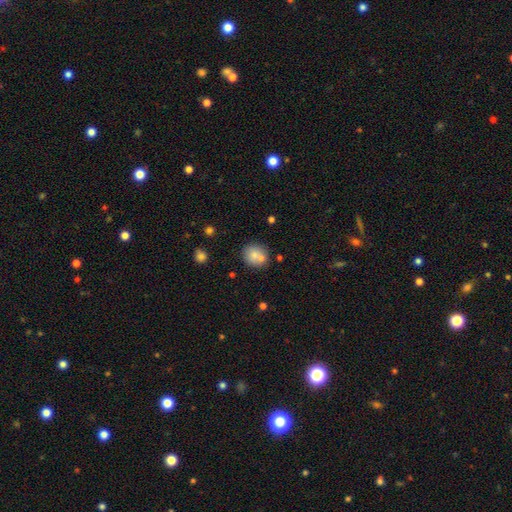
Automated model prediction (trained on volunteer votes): Overall: smooth (77%). How rounded: round (81%). Merging: none (64%).